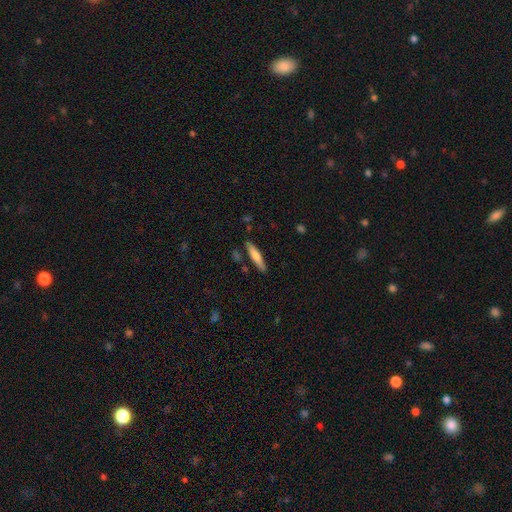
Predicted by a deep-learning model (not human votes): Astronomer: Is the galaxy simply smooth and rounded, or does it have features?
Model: smooth — 67%.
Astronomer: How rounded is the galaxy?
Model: cigar-shaped — 86%.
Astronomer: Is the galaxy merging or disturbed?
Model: none — 84%.